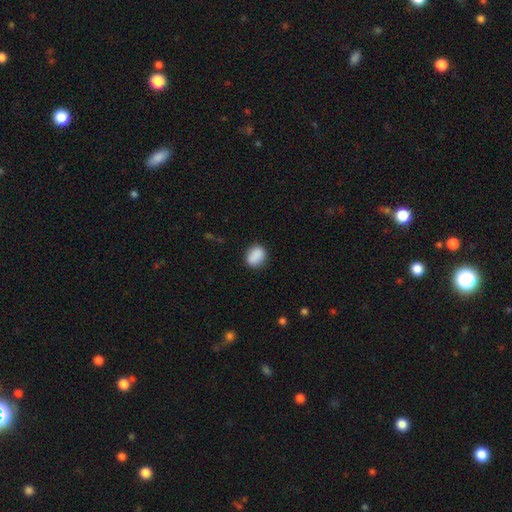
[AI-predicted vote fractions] smooth_or_featured: smooth (p=0.88) [alt: star or artifact p=0.08]
how_rounded: in between (p=0.52) [alt: round p=0.46]
merging: none (p=0.84) [alt: minor disturbance p=0.11]